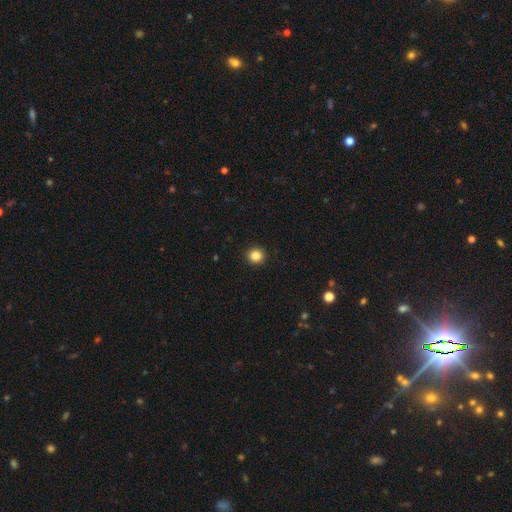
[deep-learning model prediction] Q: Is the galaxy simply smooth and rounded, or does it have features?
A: smooth — 84%.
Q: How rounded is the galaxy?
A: round — 94%.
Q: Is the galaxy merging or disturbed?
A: none — 94%.